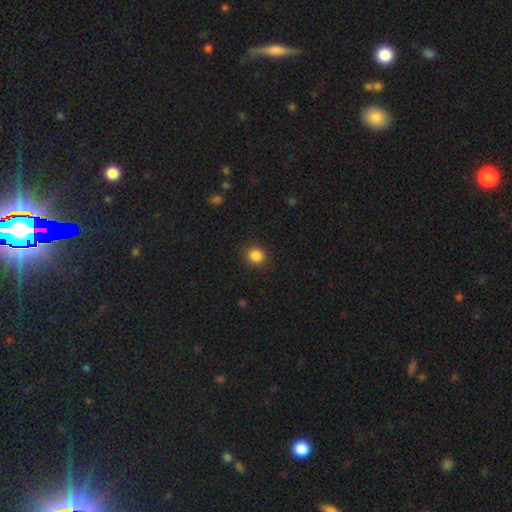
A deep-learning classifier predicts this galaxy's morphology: A smooth galaxy with no disk features (86%) that is round (84%). Merging: none (89%).